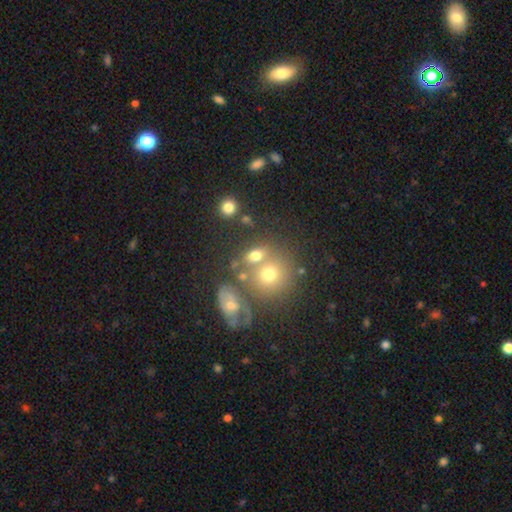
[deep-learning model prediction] Q: Smooth or featured?
A: smooth (67%); runner-up: featured or disk (17%)
Q: How rounded?
A: in between (50%); runner-up: round (47%)
Q: Merging?
A: none (46%); runner-up: merger (35%)